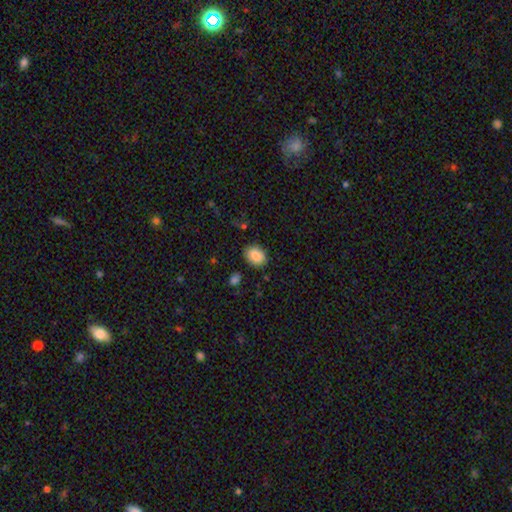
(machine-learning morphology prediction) This is clearly a smooth galaxy (87%). How rounded: likely in between (71%). Merging: clearly none (83%).